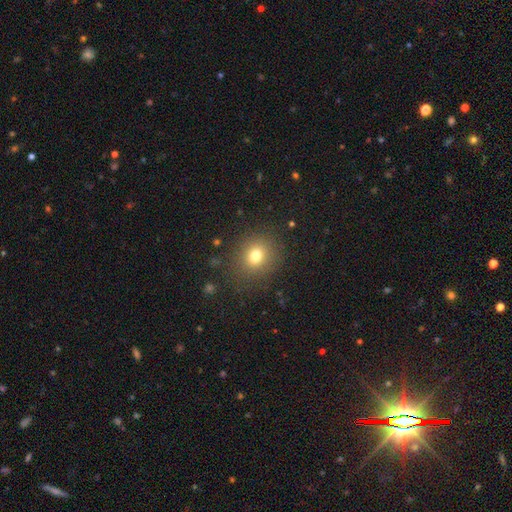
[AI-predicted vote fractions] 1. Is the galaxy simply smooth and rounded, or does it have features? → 75% smooth, 15% star or artifact, 10% featured or disk.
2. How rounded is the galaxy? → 79% round, 21% in between, 1% cigar-shaped.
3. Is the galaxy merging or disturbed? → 85% none, 9% minor disturbance, 5% major disturbance, 1% merger.